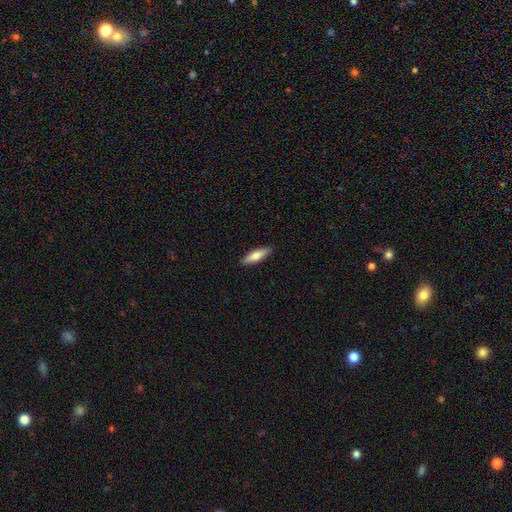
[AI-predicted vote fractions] Smooth or featured: smooth — 70% (featured or disk — 24%)
How rounded: cigar-shaped — 65% (in between — 34%)
Merging: none — 89% (minor disturbance — 8%)